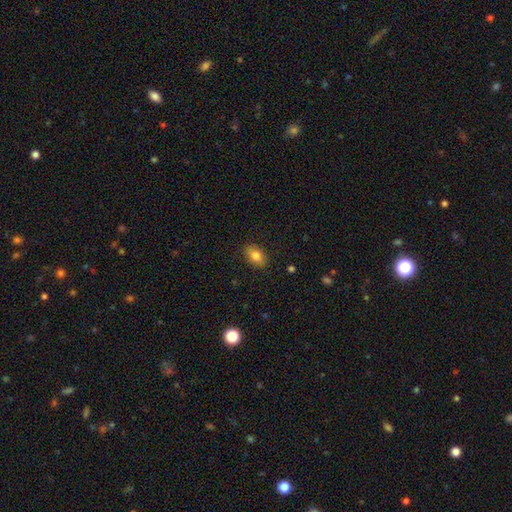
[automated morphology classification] Q: Smooth or featured?
A: smooth (81%); runner-up: featured or disk (10%)
Q: How rounded?
A: in between (82%); runner-up: round (16%)
Q: Merging?
A: none (84%); runner-up: minor disturbance (12%)